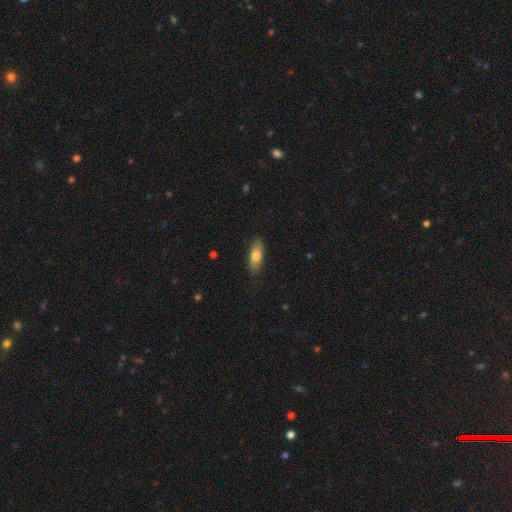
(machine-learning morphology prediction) Q: Smooth or featured?
A: smooth (74%); runner-up: featured or disk (20%)
Q: How rounded?
A: in between (66%); runner-up: cigar-shaped (31%)
Q: Merging?
A: none (82%); runner-up: minor disturbance (14%)